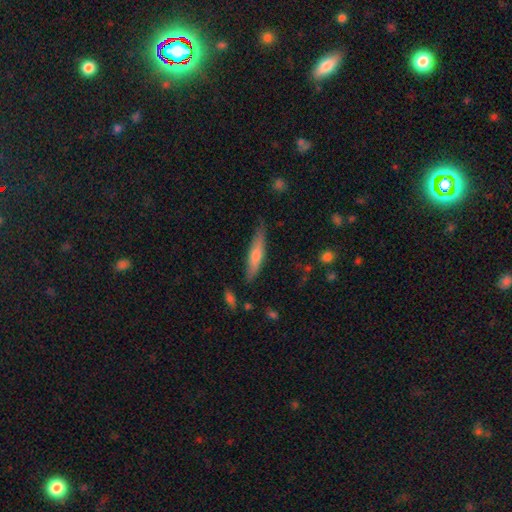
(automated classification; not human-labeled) smooth 51%, featured or disk 42%, star or artifact 7%. Down the decision tree: how rounded — cigar-shaped (86%); merging — none (80%).